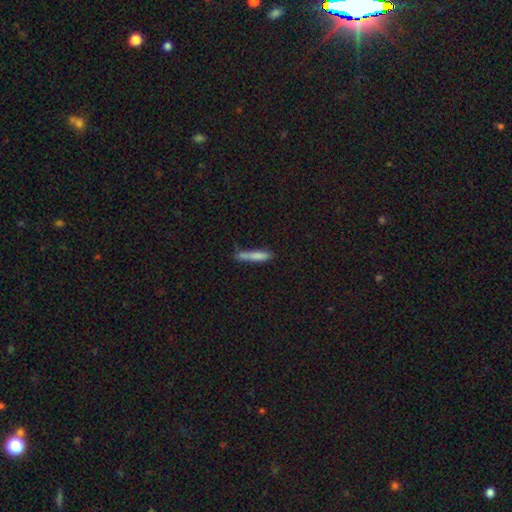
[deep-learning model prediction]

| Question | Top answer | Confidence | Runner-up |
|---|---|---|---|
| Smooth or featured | smooth | 79% | featured or disk (14%) |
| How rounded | cigar-shaped | 91% | in between (8%) |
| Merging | none | 65% | minor disturbance (23%) |